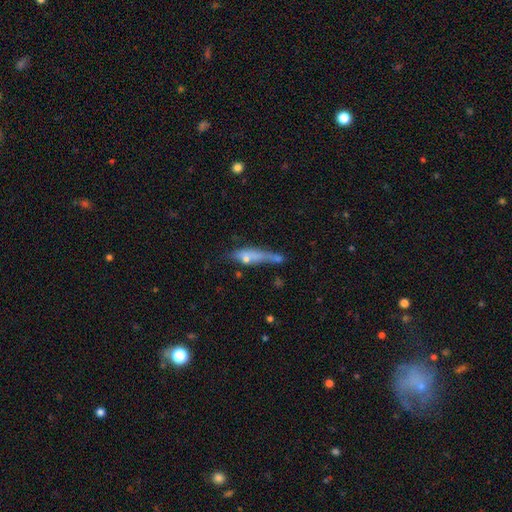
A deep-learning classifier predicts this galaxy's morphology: A smooth galaxy with no disk features (53%) that is cigar-shaped (71%). Merging: none (36%).